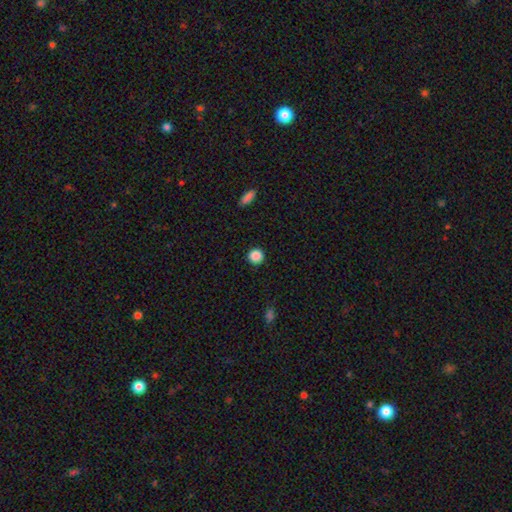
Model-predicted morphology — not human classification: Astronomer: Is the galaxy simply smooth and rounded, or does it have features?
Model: smooth — 88%.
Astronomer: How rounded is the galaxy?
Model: round — 94%.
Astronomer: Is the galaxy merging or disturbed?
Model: none — 92%.